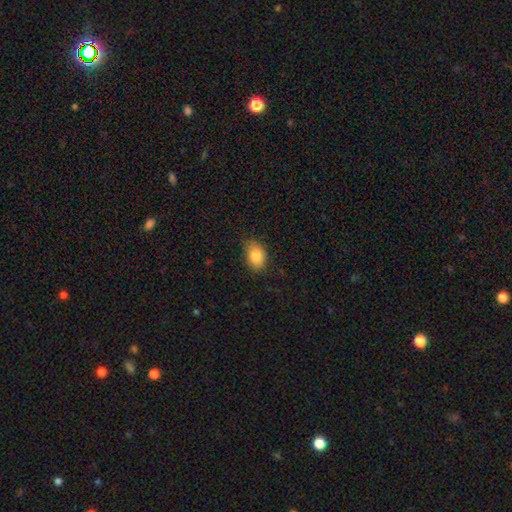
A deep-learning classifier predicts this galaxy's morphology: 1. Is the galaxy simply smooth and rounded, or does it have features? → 83% smooth, 8% featured or disk, 8% star or artifact.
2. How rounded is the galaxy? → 79% in between, 20% round, 1% cigar-shaped.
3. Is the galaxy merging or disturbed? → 73% none, 22% minor disturbance, 4% major disturbance, 1% merger.